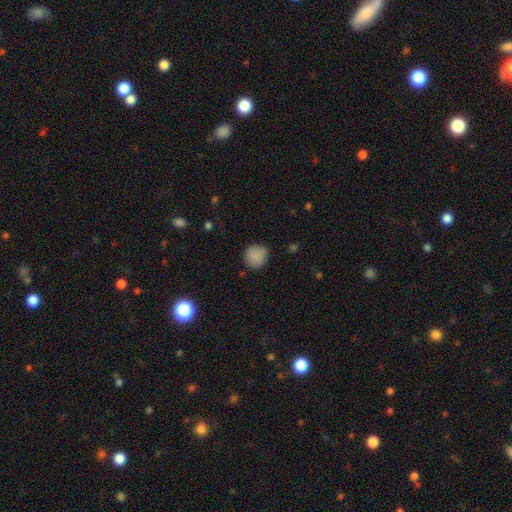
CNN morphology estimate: Smooth or featured?
  - smooth: 86% *
  - star or artifact: 9%
  - featured or disk: 5%
How rounded?
  - round: 91% *
  - in between: 8%
  - cigar-shaped: 1%
Merging?
  - none: 83% *
  - minor disturbance: 13%
  - major disturbance: 3%
  - merger: 1%